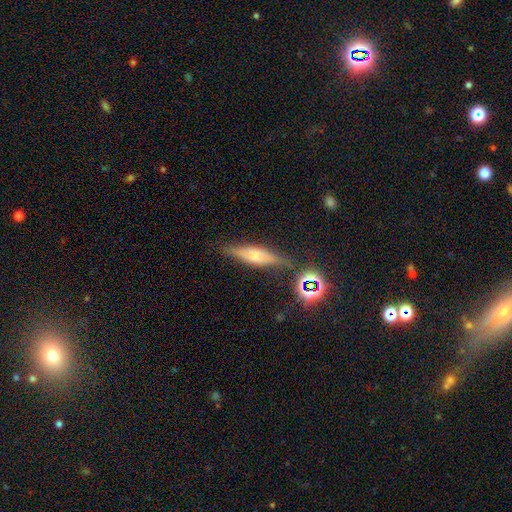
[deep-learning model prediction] smooth-or-featured: featured or disk: 46% | smooth: 41% | star or artifact: 13%
  merging: none: 74% | minor disturbance: 16% | major disturbance: 5% | merger: 4%